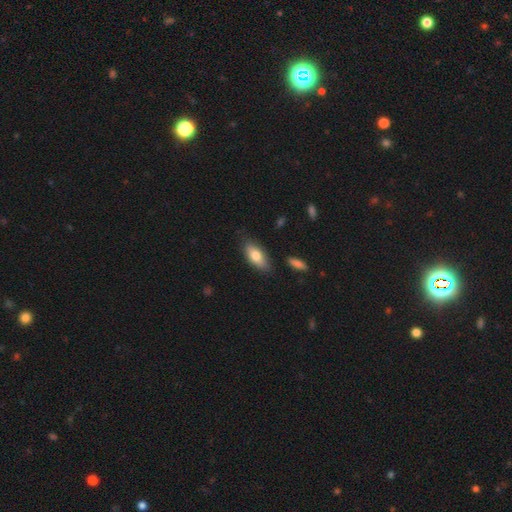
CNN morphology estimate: Smooth or featured?
  - smooth: 76% *
  - featured or disk: 18%
  - star or artifact: 6%
How rounded?
  - in between: 84% *
  - cigar-shaped: 14%
  - round: 3%
Merging?
  - none: 81% *
  - minor disturbance: 14%
  - major disturbance: 3%
  - merger: 2%